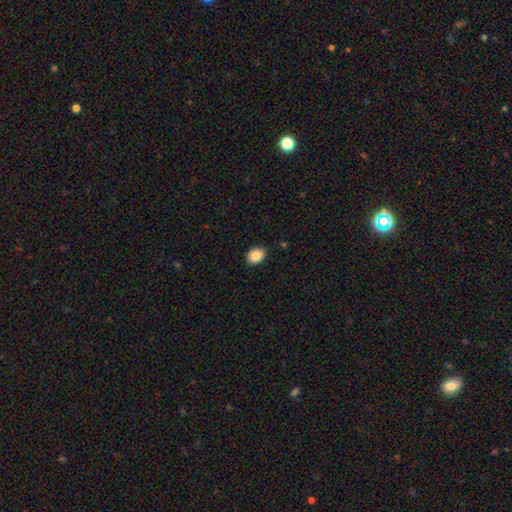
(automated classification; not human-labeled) smooth_or_featured: smooth (p=0.89) [alt: star or artifact p=0.08]
how_rounded: in between (p=0.65) [alt: round p=0.34]
merging: none (p=0.89) [alt: minor disturbance p=0.08]